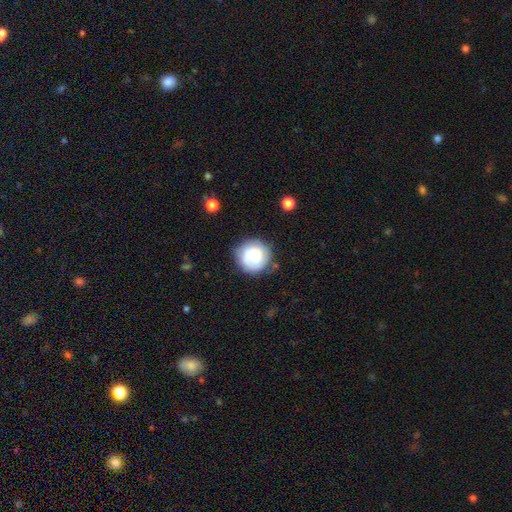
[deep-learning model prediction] smooth 56%, featured or disk 36%, star or artifact 8%. Down the decision tree: how rounded — round (92%); merging — none (77%).